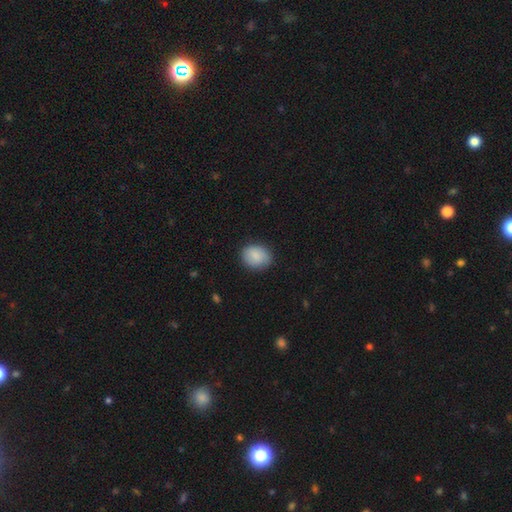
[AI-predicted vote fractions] The model was most divided on "how rounded": round: 55%, in between: 44%, cigar-shaped: 1%. More confident: smooth or featured — smooth (86%); merging — none (83%).